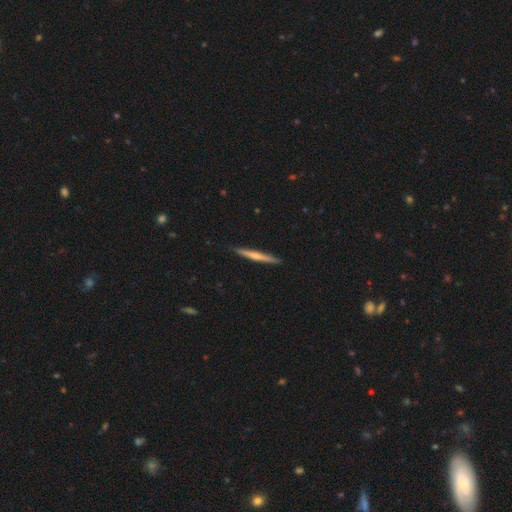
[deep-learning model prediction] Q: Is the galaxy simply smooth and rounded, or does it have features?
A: featured or disk — 50%.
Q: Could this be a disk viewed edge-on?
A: yes — 97%.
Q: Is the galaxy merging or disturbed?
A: none — 90%.